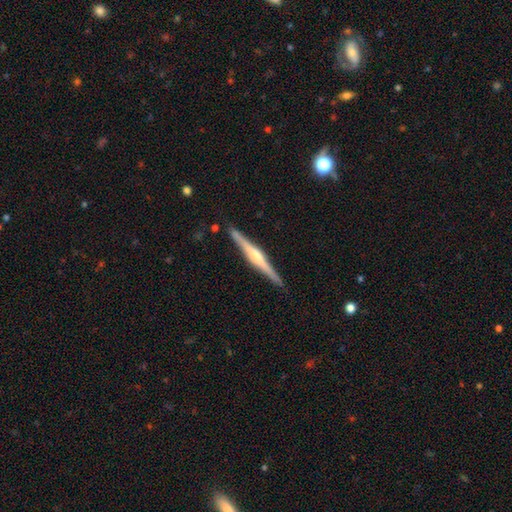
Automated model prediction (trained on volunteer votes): A featured or disk galaxy (80%) viewed edge-on (98%) with a rounded central bulge (76%).

Vote fractions:
- Smooth or featured? featured or disk: 80% / smooth: 15% / star or artifact: 5%
- Edge-on disk? yes: 98% / no: 2%
- Edge-on bulge? rounded: 76% / boxy: 16% / none: 8%
- Merging? none: 91% / minor disturbance: 7% / major disturbance: 1% / merger: 1%